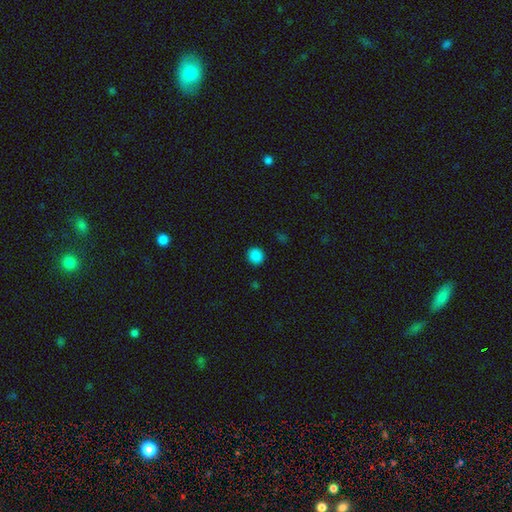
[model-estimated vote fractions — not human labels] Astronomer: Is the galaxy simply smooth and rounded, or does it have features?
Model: smooth — 86%.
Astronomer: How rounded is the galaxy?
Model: round — 89%.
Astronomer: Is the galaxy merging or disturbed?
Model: none — 91%.